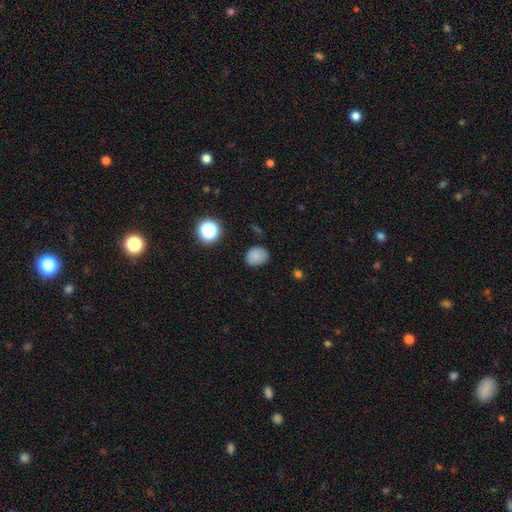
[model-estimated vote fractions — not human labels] Smooth or featured: smooth — 82% (star or artifact — 12%)
How rounded: round — 51% (in between — 48%)
Merging: none — 79% (minor disturbance — 16%)